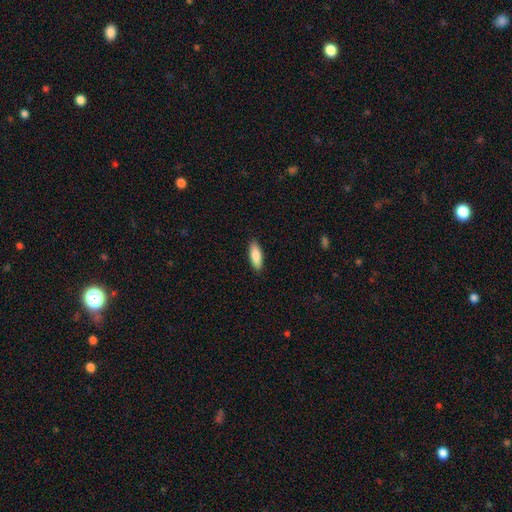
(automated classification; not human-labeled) smooth 85%, featured or disk 9%, star or artifact 6%. Down the decision tree: how rounded — in between (66%); merging — none (89%).